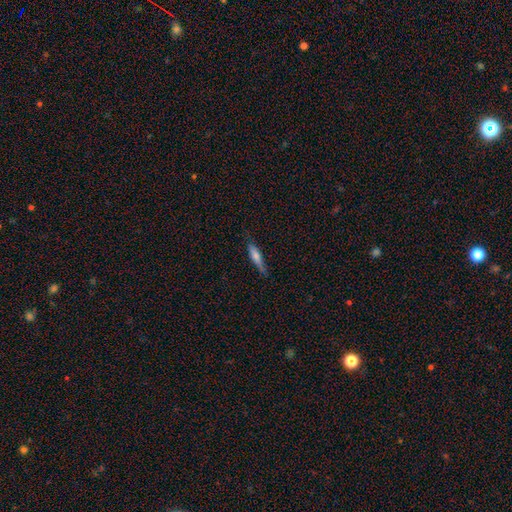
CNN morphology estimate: smooth 61%, featured or disk 33%, star or artifact 6%. Down the decision tree: how rounded — cigar-shaped (79%); merging — none (73%).